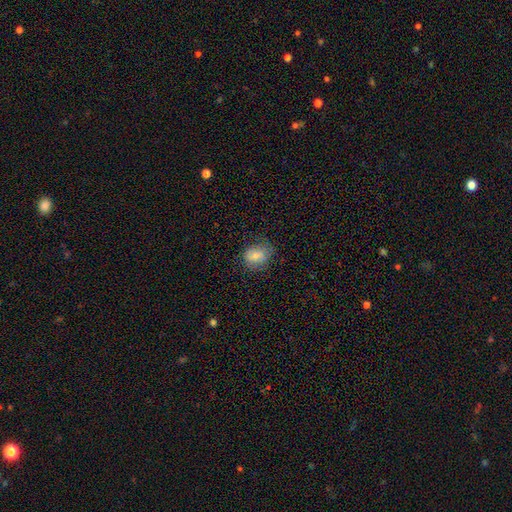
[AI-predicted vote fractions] This is likely a smooth galaxy (77%). How rounded: possibly in between (57%). Merging: likely none (65%).